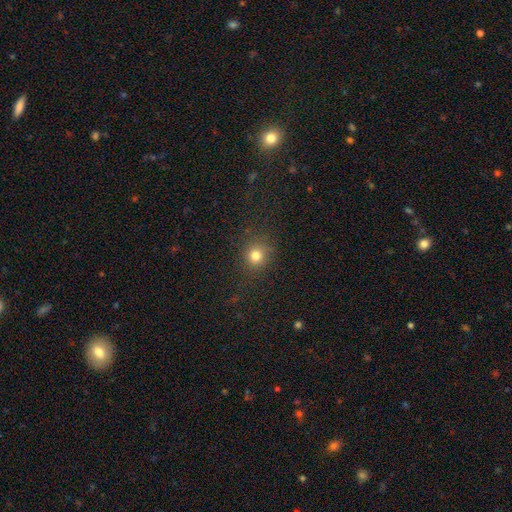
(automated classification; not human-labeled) The model was most divided on "smooth or featured": smooth: 77%, star or artifact: 17%, featured or disk: 6%. More confident: how rounded — round (87%); merging — none (86%).